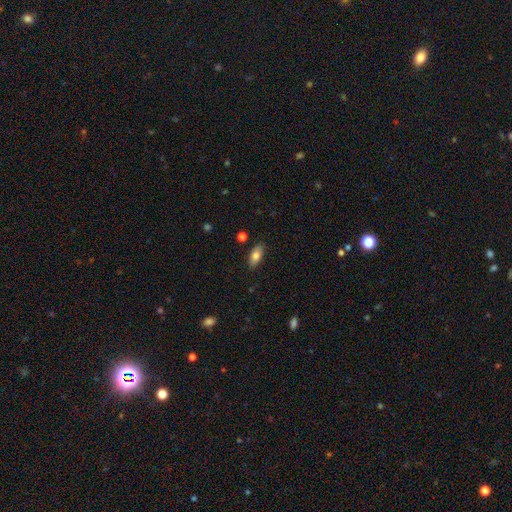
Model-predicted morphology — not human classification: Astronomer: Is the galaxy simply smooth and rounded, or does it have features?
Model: smooth — 78%.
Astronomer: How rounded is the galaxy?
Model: in between — 88%.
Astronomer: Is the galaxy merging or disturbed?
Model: none — 87%.